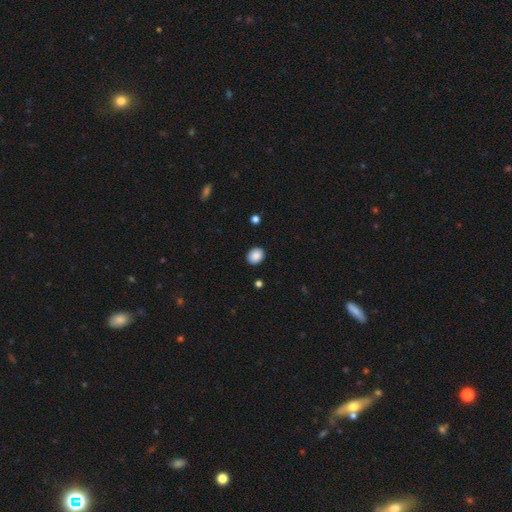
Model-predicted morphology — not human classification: smooth 88%, star or artifact 8%, featured or disk 4%. Down the decision tree: how rounded — round (52%); merging — none (90%).